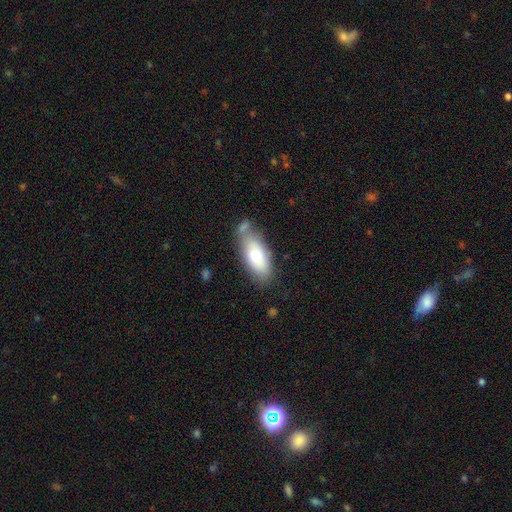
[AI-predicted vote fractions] smooth 71%, featured or disk 22%, star or artifact 6%. Down the decision tree: how rounded — in between (83%); merging — none (59%).